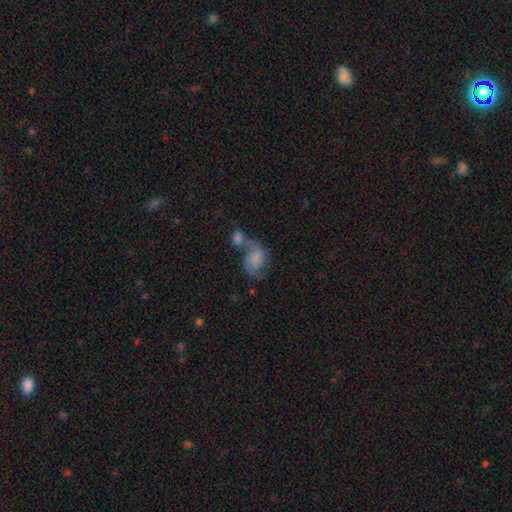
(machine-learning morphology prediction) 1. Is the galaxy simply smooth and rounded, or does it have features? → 54% featured or disk, 34% smooth, 12% star or artifact.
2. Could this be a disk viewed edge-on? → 97% no, 3% yes.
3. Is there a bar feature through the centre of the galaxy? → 62% no, 32% weak, 6% strong.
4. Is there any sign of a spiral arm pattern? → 84% yes, 16% no.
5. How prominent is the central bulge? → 32% small, 30% none, 26% moderate, 9% large, 3% dominant.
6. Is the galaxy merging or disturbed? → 45% merger, 29% none, 14% minor disturbance, 11% major disturbance.